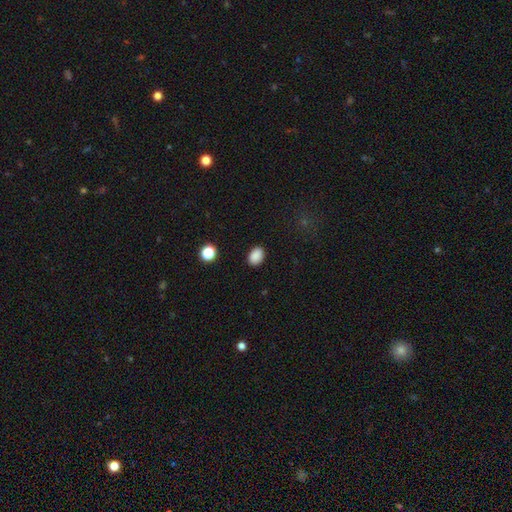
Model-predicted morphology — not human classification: This appears to be a smooth galaxy with no disk features (89%) that is in between round and cigar-shaped (78%). Merging: none (88%).